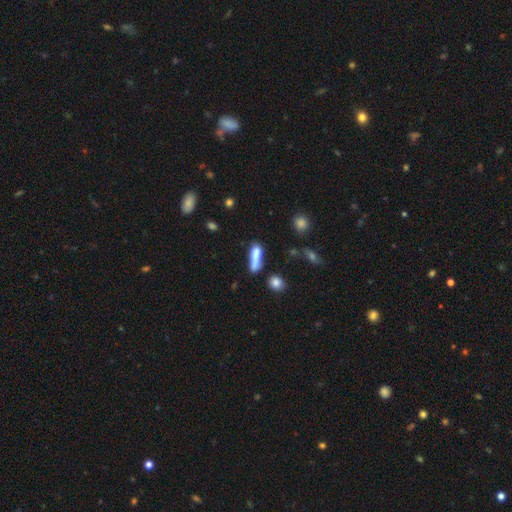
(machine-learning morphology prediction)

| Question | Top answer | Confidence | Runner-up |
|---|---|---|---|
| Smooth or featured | smooth | 72% | featured or disk (18%) |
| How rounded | cigar-shaped | 61% | in between (35%) |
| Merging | none | 39% | merger (27%) |